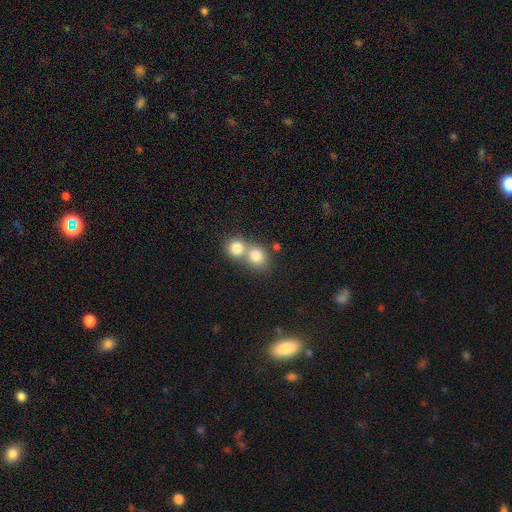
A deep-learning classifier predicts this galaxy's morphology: The model was most divided on "merging": merger: 61%, none: 32%, minor disturbance: 5%, major disturbance: 3%. More confident: smooth or featured — smooth (80%); how rounded — round (73%).